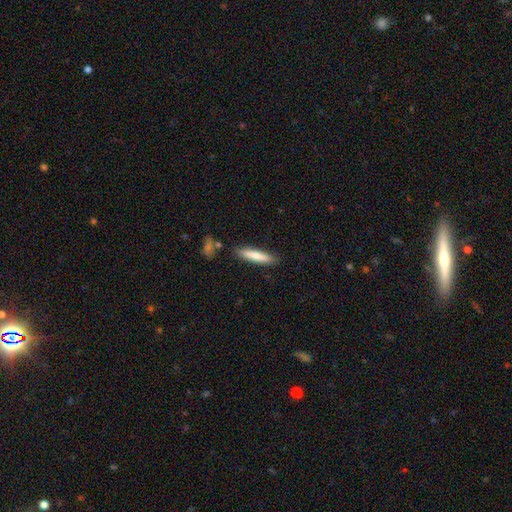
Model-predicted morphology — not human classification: This appears to be a smooth galaxy with no disk features (76%) that is cigar-shaped (87%). Merging: none (86%).